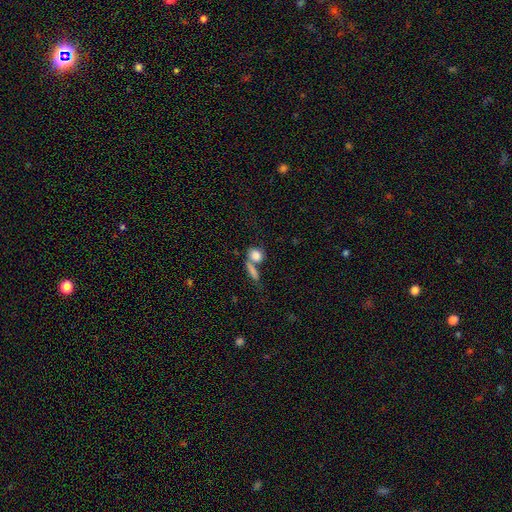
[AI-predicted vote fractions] The model was most divided on "merging": none: 43%, merger: 41%, minor disturbance: 10%, major disturbance: 7%. More confident: smooth or featured — smooth (81%); how rounded — round (55%).